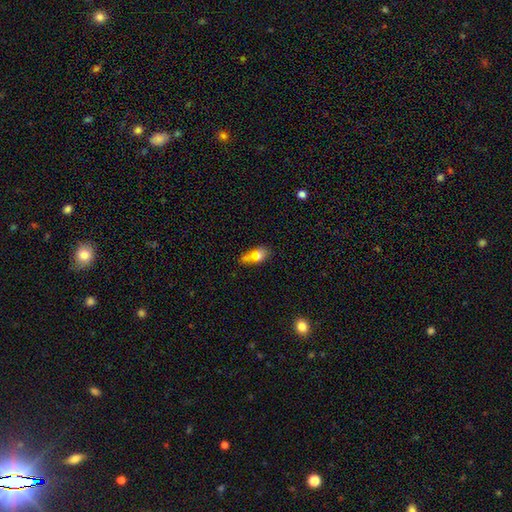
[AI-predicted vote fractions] Morphology: type=smooth (66%); roundness=in between (75%); merging=none (45%).